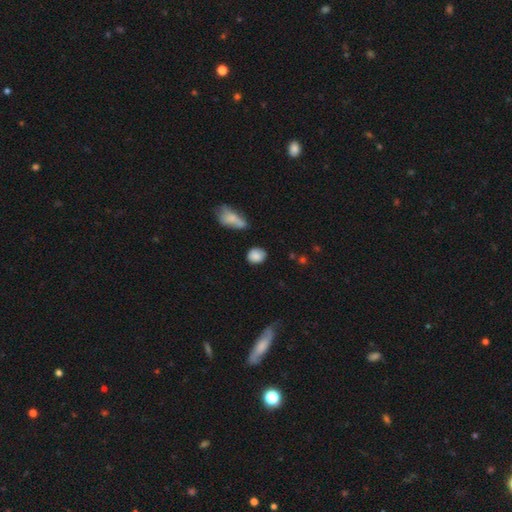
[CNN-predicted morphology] Q: Smooth or featured?
A: smooth (85%); runner-up: star or artifact (9%)
Q: How rounded?
A: round (58%); runner-up: in between (40%)
Q: Merging?
A: none (72%); runner-up: minor disturbance (18%)